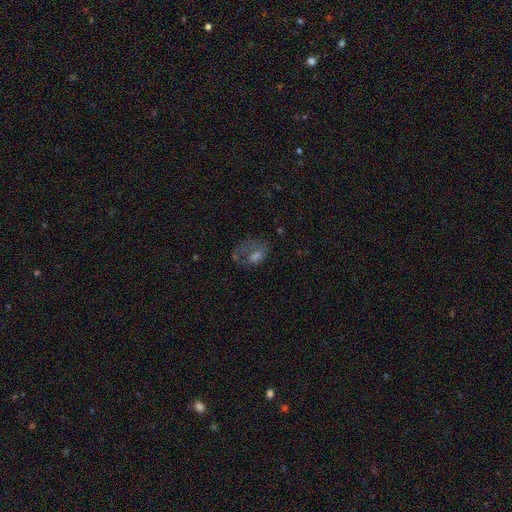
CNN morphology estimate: Smooth or featured?
  - featured or disk: 41% *
  - smooth: 38%
  - star or artifact: 21%
Merging?
  - none: 39% *
  - major disturbance: 37%
  - minor disturbance: 20%
  - merger: 4%